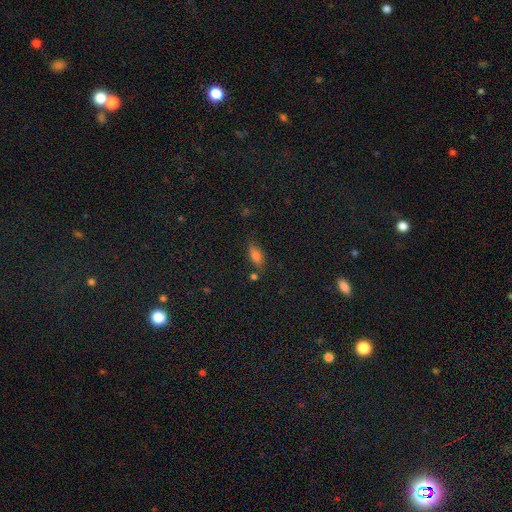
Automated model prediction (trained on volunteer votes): smooth_or_featured: smooth (p=0.76) [alt: star or artifact p=0.13]
how_rounded: in between (p=0.83) [alt: cigar-shaped p=0.13]
merging: none (p=0.68) [alt: minor disturbance p=0.19]